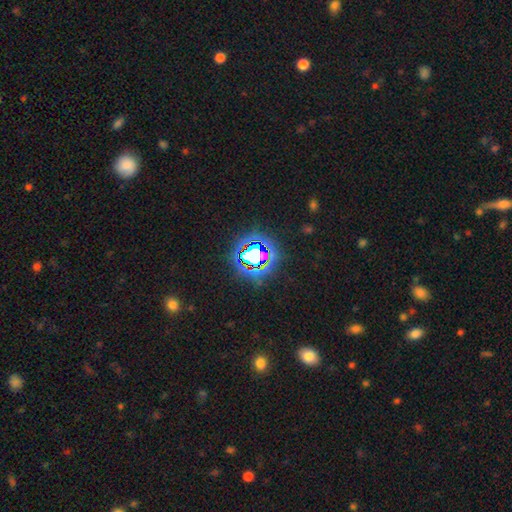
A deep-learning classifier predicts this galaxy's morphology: Smooth or featured? Predicted: star or artifact (p=0.70).